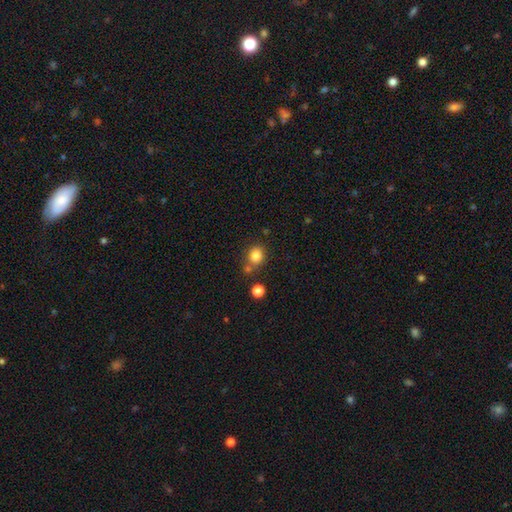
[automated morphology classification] smooth 83%, star or artifact 11%, featured or disk 6%. Down the decision tree: how rounded — round (72%); merging — none (68%).